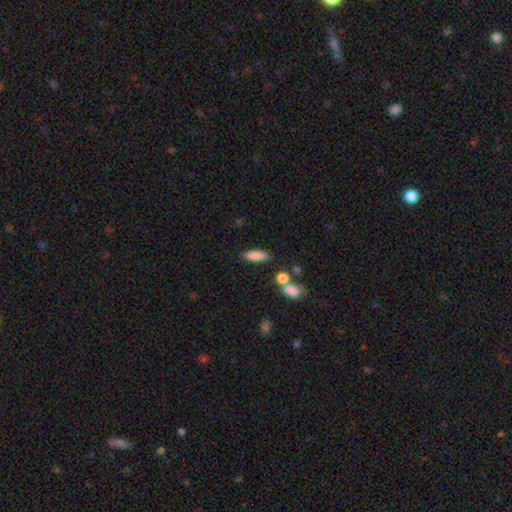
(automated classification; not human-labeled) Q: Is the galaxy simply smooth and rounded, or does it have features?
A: smooth — 83%.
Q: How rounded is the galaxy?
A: in between — 53%.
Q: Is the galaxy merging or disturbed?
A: none — 77%.